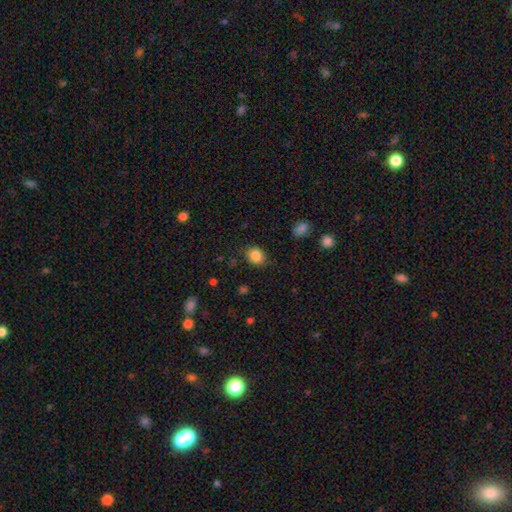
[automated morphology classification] Overall: smooth (85%). How rounded: round (53%; in between 47%). Merging: none (80%).